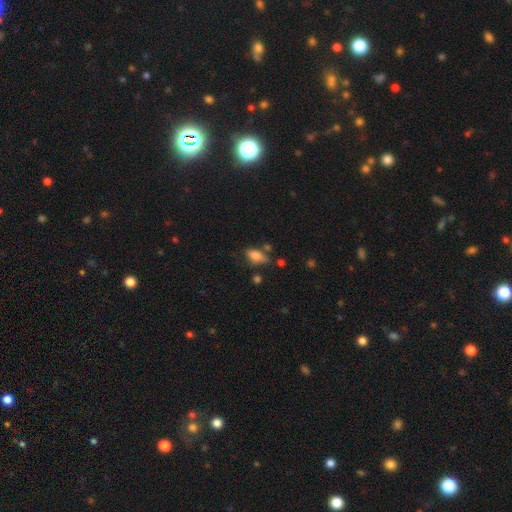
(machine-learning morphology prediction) The model was most divided on "merging": none: 59%, minor disturbance: 24%, merger: 9%, major disturbance: 8%. More confident: how rounded — in between (84%); smooth or featured — smooth (77%).